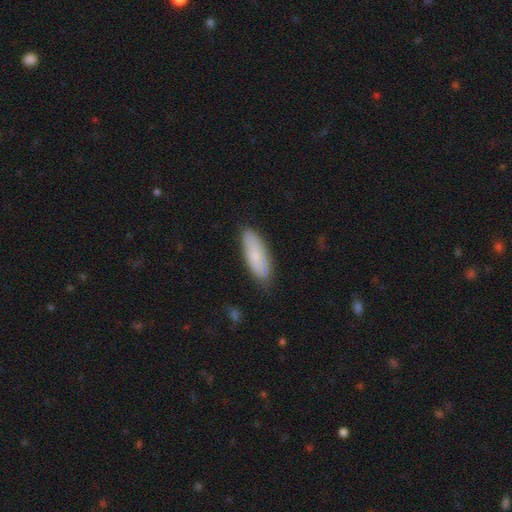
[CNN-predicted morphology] Smooth or featured?
  - smooth: 77% *
  - featured or disk: 17%
  - star or artifact: 6%
How rounded?
  - in between: 64% *
  - cigar-shaped: 34%
  - round: 2%
Merging?
  - none: 83% *
  - minor disturbance: 14%
  - major disturbance: 2%
  - merger: 1%